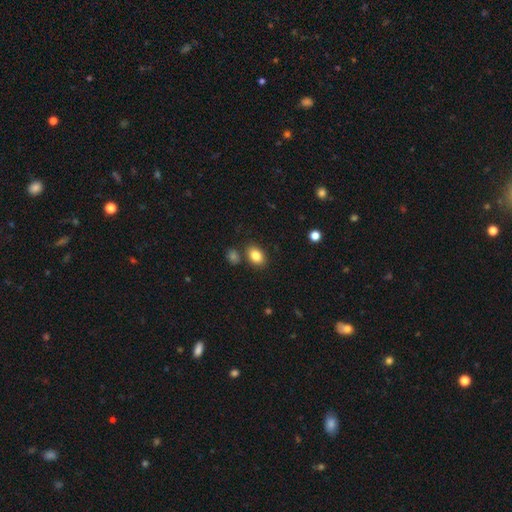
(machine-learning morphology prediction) smooth_or_featured: smooth (p=0.84) [alt: star or artifact p=0.09]
how_rounded: in between (p=0.76) [alt: round p=0.23]
merging: none (p=0.80) [alt: minor disturbance p=0.11]